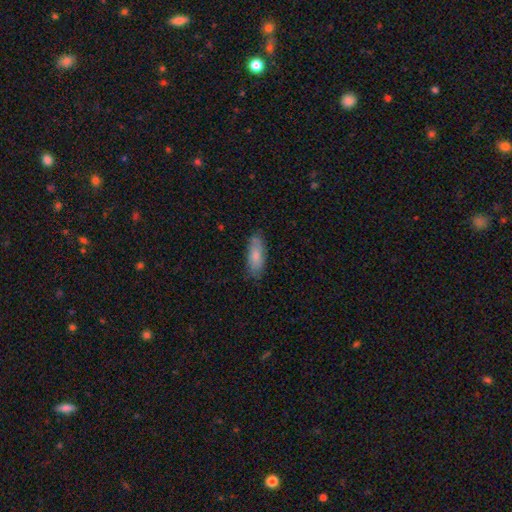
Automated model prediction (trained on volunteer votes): Morphology: type=smooth (79%); roundness=in between (72%); merging=none (78%).